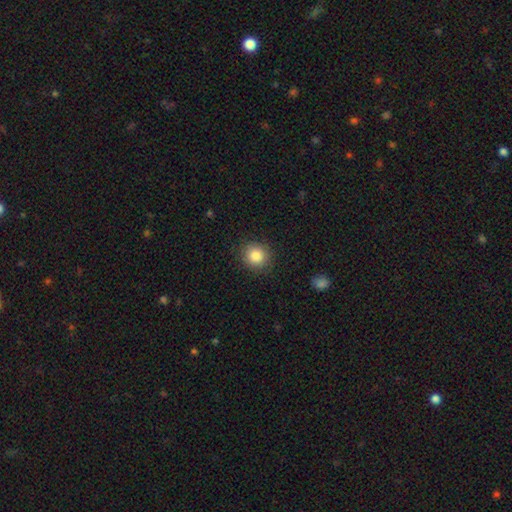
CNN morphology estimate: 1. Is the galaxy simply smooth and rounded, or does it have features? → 86% smooth, 9% star or artifact, 5% featured or disk.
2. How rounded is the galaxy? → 90% round, 9% in between, 1% cigar-shaped.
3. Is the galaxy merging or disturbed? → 89% none, 8% minor disturbance, 2% major disturbance, 1% merger.